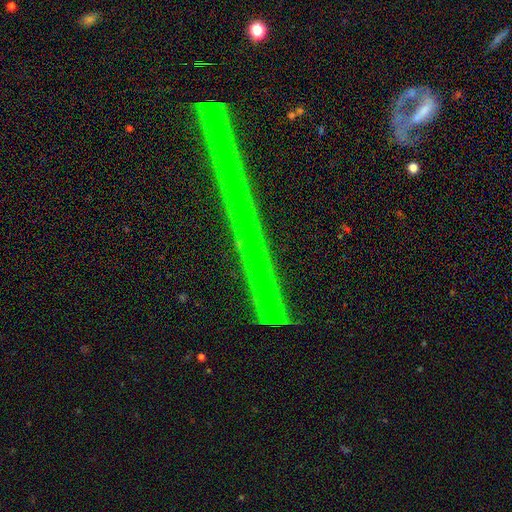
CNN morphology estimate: Smooth or featured: star or artifact — 55% (featured or disk — 33%)